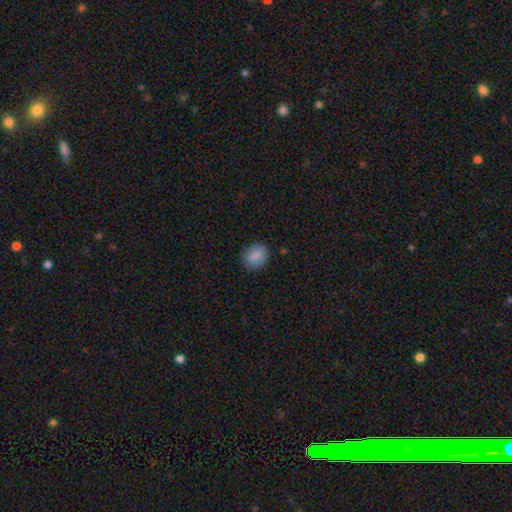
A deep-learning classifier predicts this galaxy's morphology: The model was most divided on "how rounded": round: 57%, in between: 42%, cigar-shaped: 1%. More confident: smooth or featured — smooth (87%); merging — none (83%).